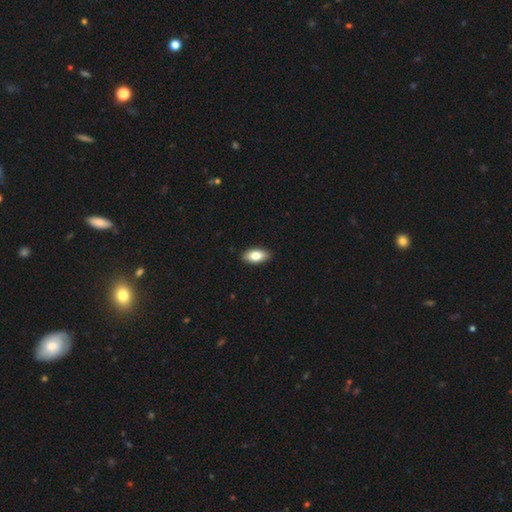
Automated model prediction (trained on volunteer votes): Smooth or featured? Predicted: smooth (p=0.82). How rounded? Predicted: in between (p=0.91). Merging? Predicted: none (p=0.89).